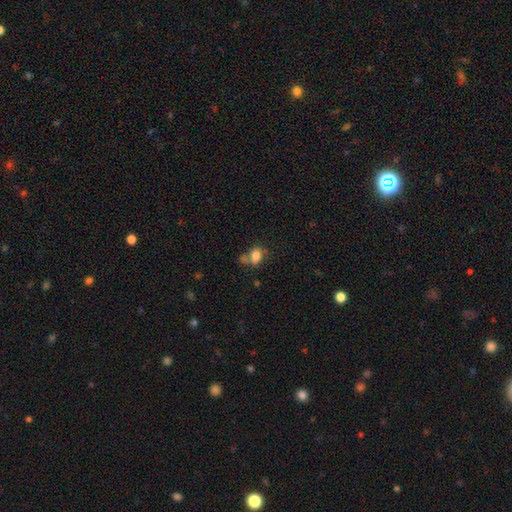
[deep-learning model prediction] Smooth or featured? smooth (77%)
How rounded? in between (65%)
Merging? none (33%)